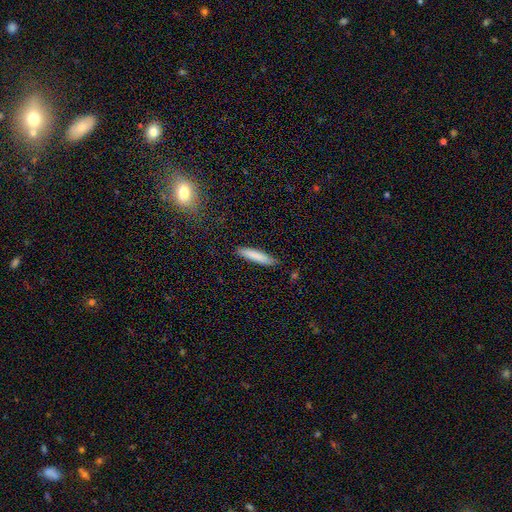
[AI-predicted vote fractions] Smooth or featured? Predicted: smooth (p=0.82). How rounded? Predicted: cigar-shaped (p=0.88). Merging? Predicted: none (p=0.86).